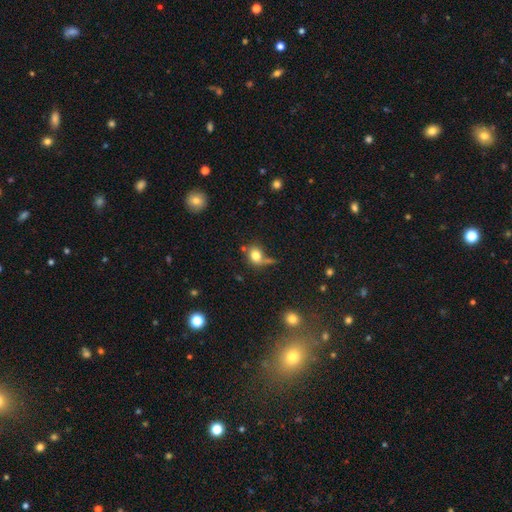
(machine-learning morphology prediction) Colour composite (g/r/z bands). It shows a smooth galaxy with no disk features (78%) that is round (63%). Merging: none (49%).